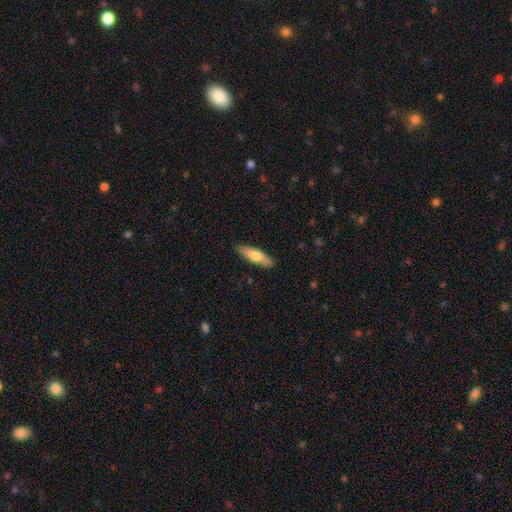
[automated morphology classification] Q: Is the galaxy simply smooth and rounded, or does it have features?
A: smooth — 67%.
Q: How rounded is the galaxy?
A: cigar-shaped — 58%.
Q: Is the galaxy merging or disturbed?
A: none — 88%.